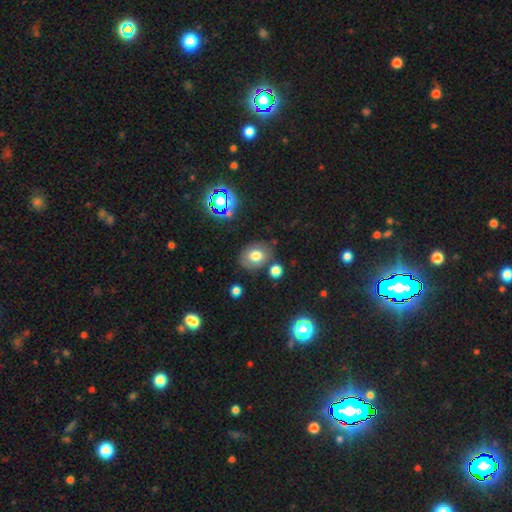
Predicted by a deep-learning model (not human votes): Morphology: type=smooth (65%); roundness=in between (53%); merging=none (73%).